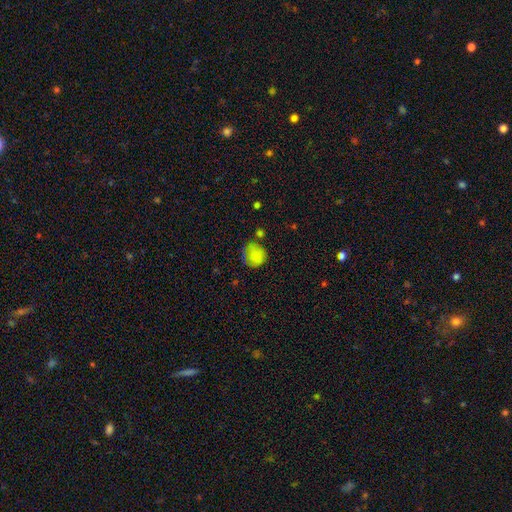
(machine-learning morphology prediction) Smooth or featured: smooth — 79% (featured or disk — 12%)
How rounded: round — 81% (in between — 18%)
Merging: none — 56% (minor disturbance — 27%)